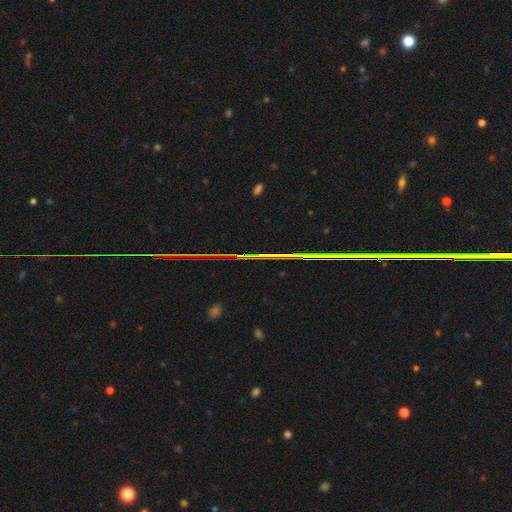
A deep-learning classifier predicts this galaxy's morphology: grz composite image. It shows a star or artifact, not a galaxy (84%).